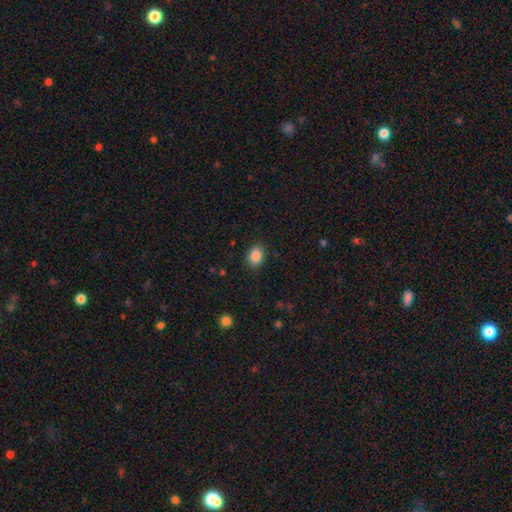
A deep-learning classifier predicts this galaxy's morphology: type=smooth (88%); roundness=in between (70%); merging=none (86%).